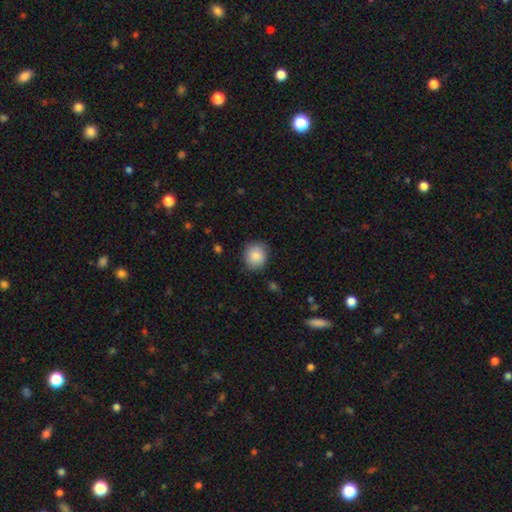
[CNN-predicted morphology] smooth 86%, star or artifact 8%, featured or disk 6%. Down the decision tree: how rounded — round (81%); merging — none (86%).